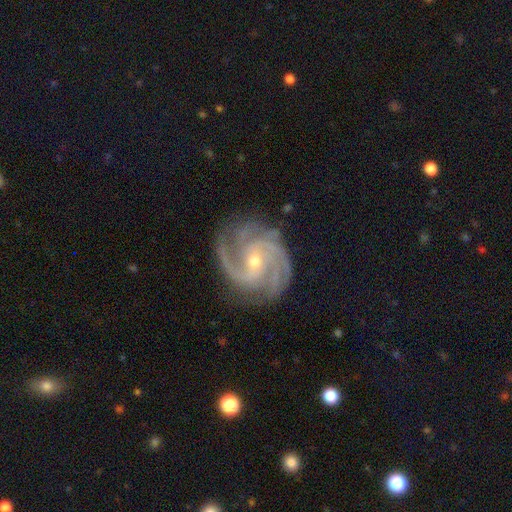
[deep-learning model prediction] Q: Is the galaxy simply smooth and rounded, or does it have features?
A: featured or disk — 92%.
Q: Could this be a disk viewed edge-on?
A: no — 98%.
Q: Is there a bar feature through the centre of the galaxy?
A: no — 43%.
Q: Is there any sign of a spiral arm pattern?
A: yes — 99%.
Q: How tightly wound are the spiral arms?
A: tight — 49%.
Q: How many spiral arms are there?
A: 3 — 38%.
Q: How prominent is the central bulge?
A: small — 65%.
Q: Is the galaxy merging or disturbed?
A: none — 80%.